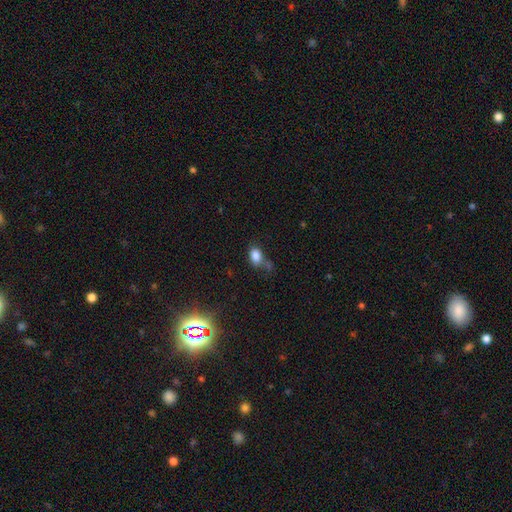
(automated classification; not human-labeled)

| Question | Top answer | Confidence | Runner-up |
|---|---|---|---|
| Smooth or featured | smooth | 83% | star or artifact (11%) |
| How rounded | in between | 78% | round (20%) |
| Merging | none | 53% | minor disturbance (22%) |